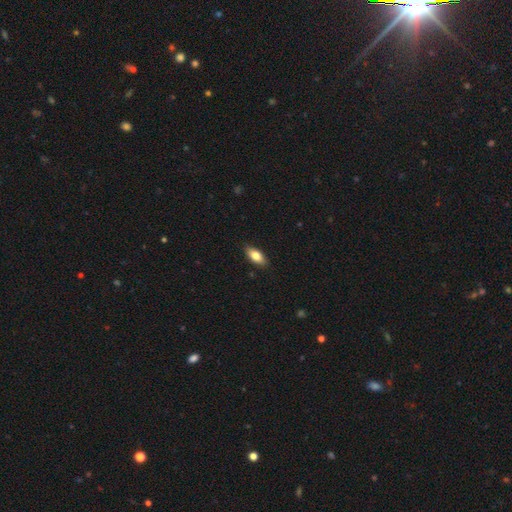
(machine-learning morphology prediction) smooth 79%, featured or disk 14%, star or artifact 6%. Down the decision tree: how rounded — in between (86%); merging — none (88%).